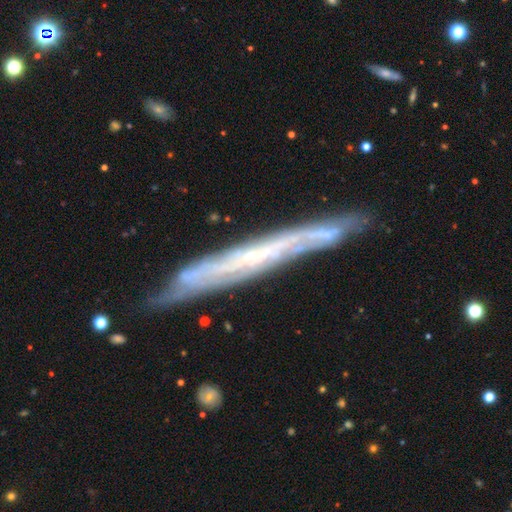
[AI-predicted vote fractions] A featured or disk galaxy (74%) viewed edge-on (81%) with no central bulge (80%).

Vote fractions:
- Smooth or featured? featured or disk: 74% / smooth: 18% / star or artifact: 7%
- Edge-on disk? yes: 81% / no: 19%
- Edge-on bulge? none: 80% / rounded: 17% / boxy: 4%
- Merging? none: 79% / minor disturbance: 16% / major disturbance: 3% / merger: 2%